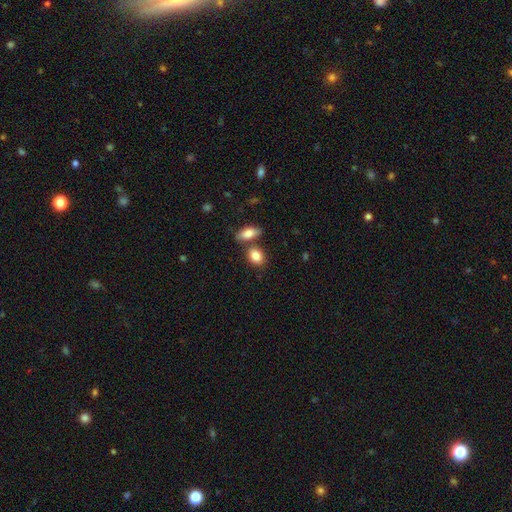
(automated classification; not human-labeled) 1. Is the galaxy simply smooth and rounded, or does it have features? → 85% smooth, 8% featured or disk, 7% star or artifact.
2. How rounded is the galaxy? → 72% in between, 25% round, 3% cigar-shaped.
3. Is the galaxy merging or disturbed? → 61% none, 25% merger, 11% minor disturbance, 3% major disturbance.